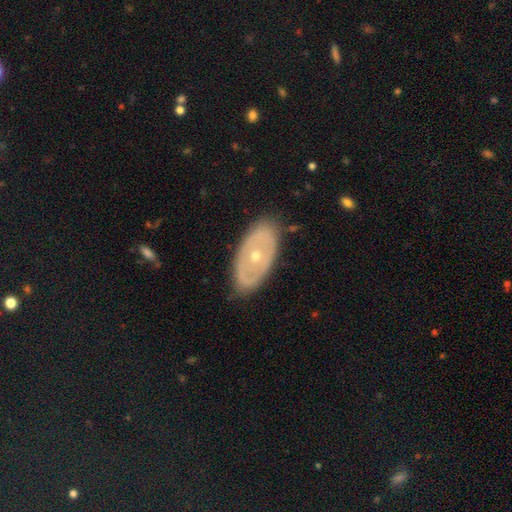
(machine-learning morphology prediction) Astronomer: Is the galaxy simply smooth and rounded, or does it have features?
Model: featured or disk — 63%.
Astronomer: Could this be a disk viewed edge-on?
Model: no — 87%.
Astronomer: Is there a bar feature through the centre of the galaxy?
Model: no — 91%.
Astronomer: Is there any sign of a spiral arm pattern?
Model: no — 85%.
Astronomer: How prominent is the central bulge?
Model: small — 51% (runner-up: moderate, 46%).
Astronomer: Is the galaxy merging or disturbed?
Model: none — 82%.